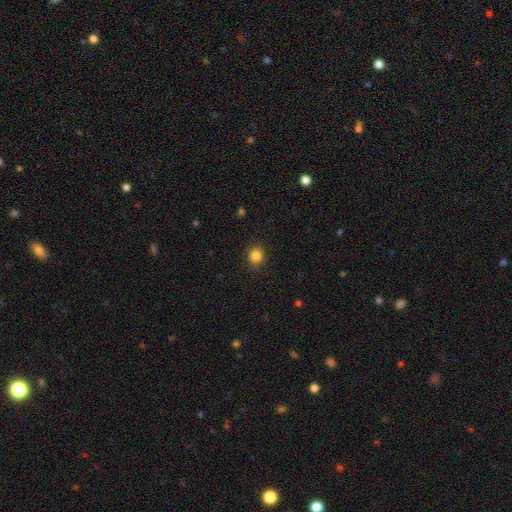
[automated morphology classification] A smooth galaxy with no disk features (85%) that is round (86%). Merging: none (89%).